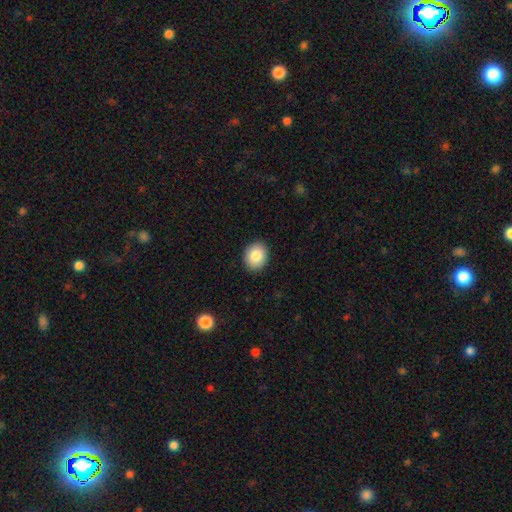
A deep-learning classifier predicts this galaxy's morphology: type=smooth (85%); roundness=round (55%); merging=none (90%).